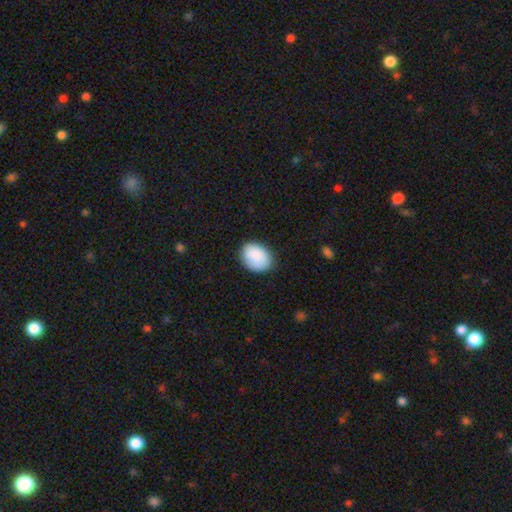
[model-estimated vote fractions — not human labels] The model was most divided on "how rounded": in between: 65%, round: 34%, cigar-shaped: 1%. More confident: smooth or featured — smooth (88%); merging — none (81%).